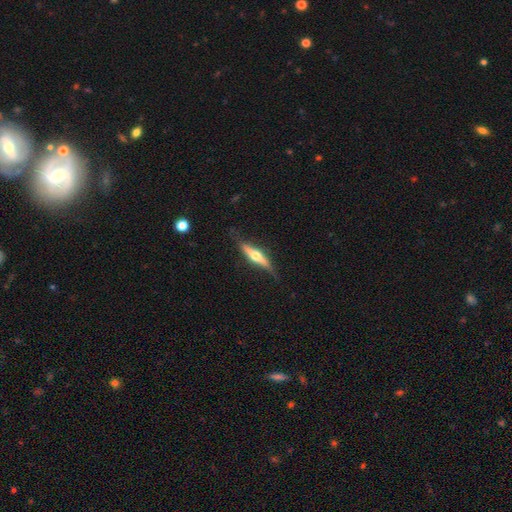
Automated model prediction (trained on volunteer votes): Morphology: type=featured or disk (67%); edge-on=yes (92%); edge-on bulge=rounded (93%); merging=none (74%).